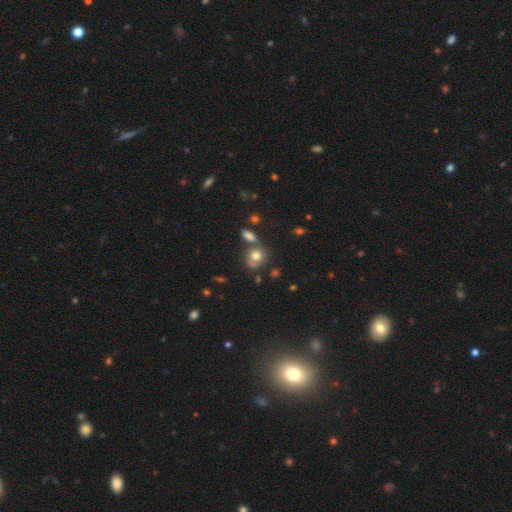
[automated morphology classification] type=smooth (74%); roundness=round (72%); merging=none (54%).